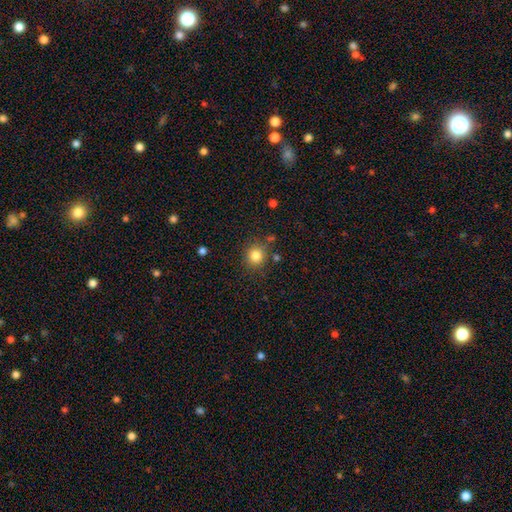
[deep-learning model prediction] Smooth or featured?
  - smooth: 82% *
  - star or artifact: 12%
  - featured or disk: 6%
How rounded?
  - round: 87% *
  - in between: 12%
  - cigar-shaped: 1%
Merging?
  - none: 83% *
  - minor disturbance: 10%
  - merger: 4%
  - major disturbance: 3%